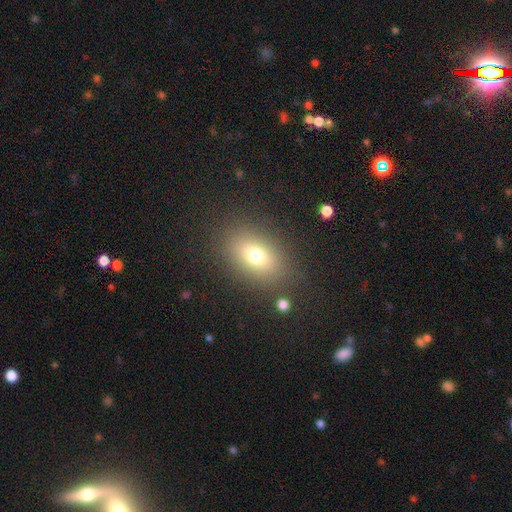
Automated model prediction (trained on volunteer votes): Q: Smooth or featured?
A: smooth (74%); runner-up: featured or disk (13%)
Q: How rounded?
A: in between (80%); runner-up: round (17%)
Q: Merging?
A: none (84%); runner-up: minor disturbance (10%)